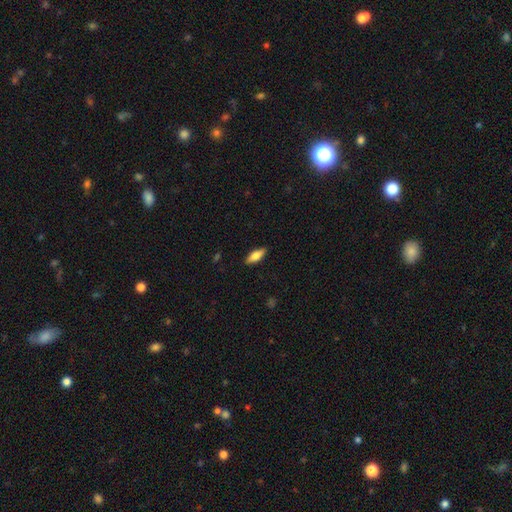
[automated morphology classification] type=smooth (71%); roundness=in between (67%); merging=none (88%).